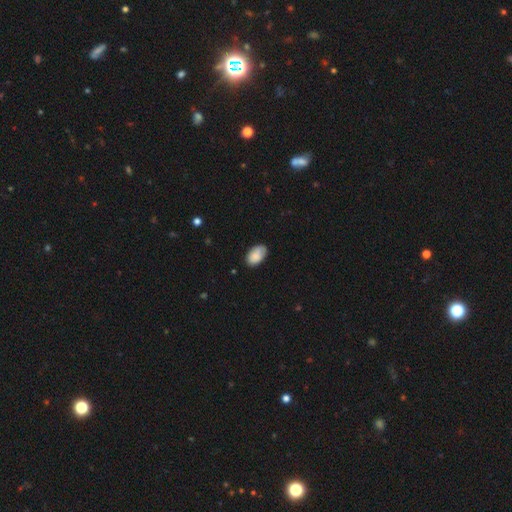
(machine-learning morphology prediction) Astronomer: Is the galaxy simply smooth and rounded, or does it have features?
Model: smooth — 82%.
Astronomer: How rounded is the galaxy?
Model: in between — 94%.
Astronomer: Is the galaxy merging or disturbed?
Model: none — 72%.